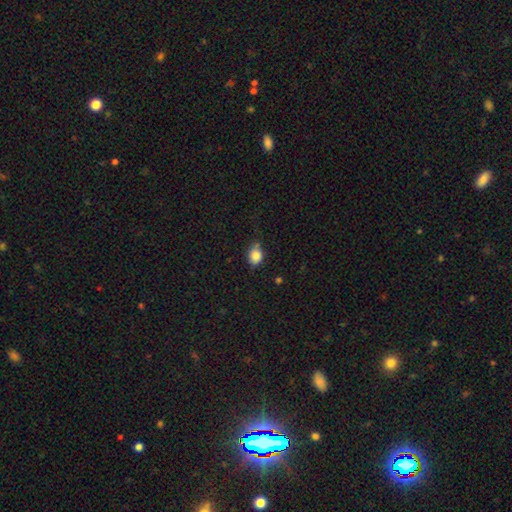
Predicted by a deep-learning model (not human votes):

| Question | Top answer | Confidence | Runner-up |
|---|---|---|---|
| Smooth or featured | smooth | 84% | star or artifact (10%) |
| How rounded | in between | 52% | round (47%) |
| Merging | none | 65% | minor disturbance (26%) |